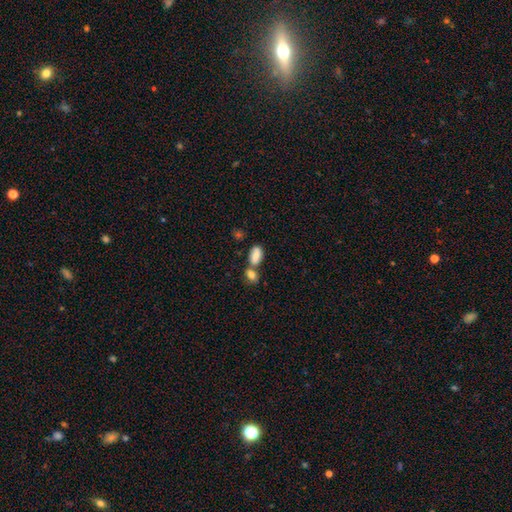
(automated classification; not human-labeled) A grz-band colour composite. It shows a smooth galaxy with no disk features (83%) that is in between round and cigar-shaped (90%). Merging: none (43%).